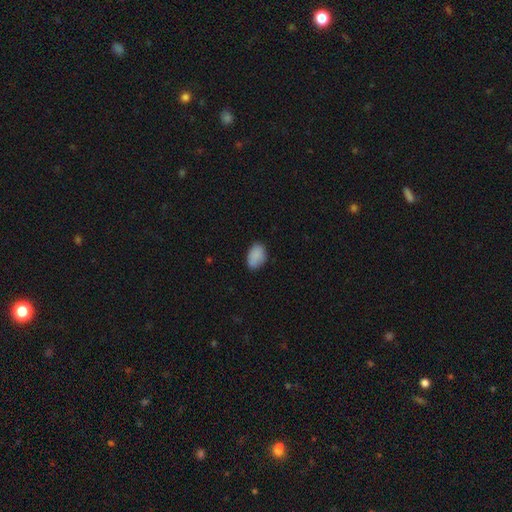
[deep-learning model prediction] The model was most divided on "merging": none: 79%, minor disturbance: 17%, major disturbance: 3%, merger: 1%. More confident: smooth or featured — smooth (88%); how rounded — in between (87%).